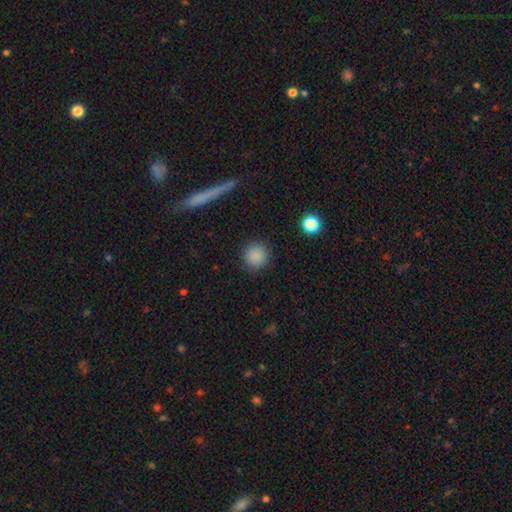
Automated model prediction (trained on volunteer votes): The model was most divided on "smooth or featured": smooth: 87%, star or artifact: 10%, featured or disk: 3%. More confident: how rounded — round (94%); merging — none (90%).